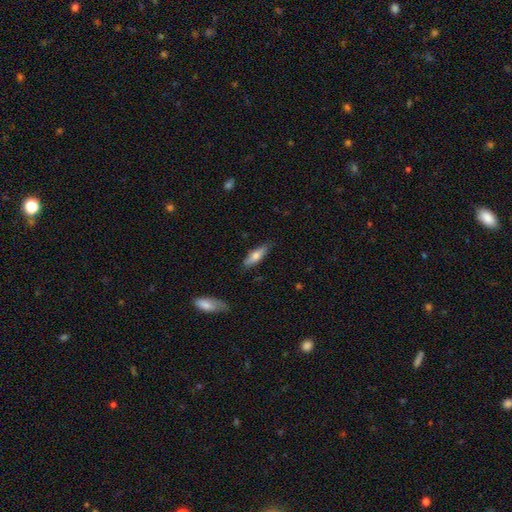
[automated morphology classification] This is likely a smooth galaxy (67%). How rounded: possibly cigar-shaped (51%). Merging: clearly none (82%).